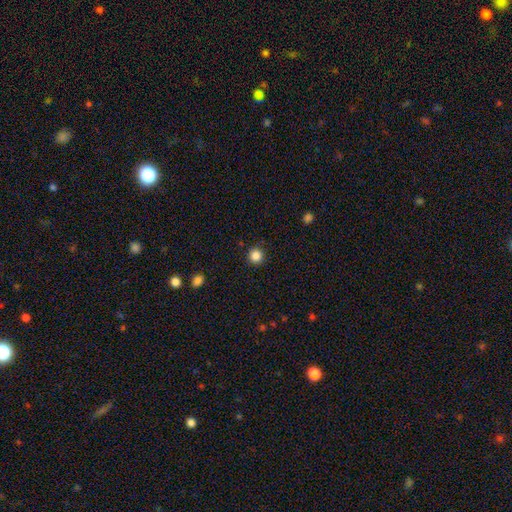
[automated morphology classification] The model was most divided on "smooth or featured": smooth: 86%, star or artifact: 11%, featured or disk: 3%. More confident: how rounded — round (95%); merging — none (91%).